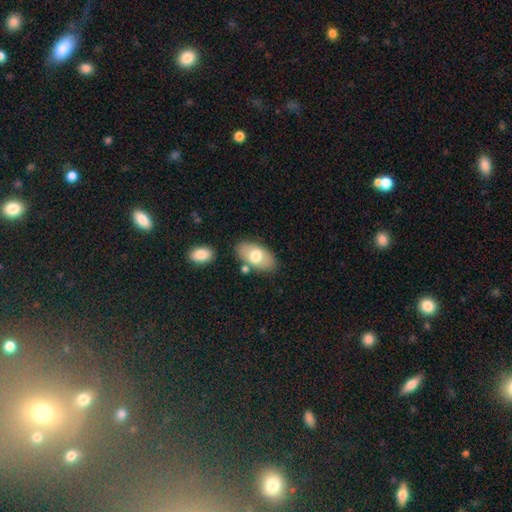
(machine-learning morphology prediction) smooth-or-featured: smooth: 71% | featured or disk: 23% | star or artifact: 6%
  how-rounded: in between: 93% | round: 5% | cigar-shaped: 2%
  merging: none: 77% | minor disturbance: 13% | merger: 8% | major disturbance: 3%